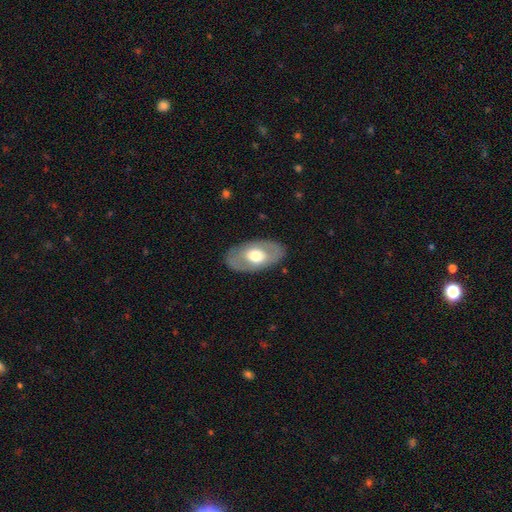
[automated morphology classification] smooth-or-featured: featured or disk: 48% | smooth: 46% | star or artifact: 5%
  merging: none: 83% | minor disturbance: 12% | major disturbance: 4% | merger: 1%